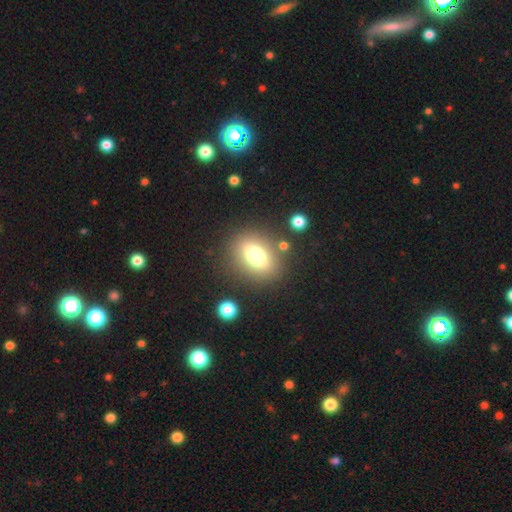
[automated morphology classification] Smooth or featured? Predicted: smooth (p=0.69). How rounded? Predicted: in between (p=0.67). Merging? Predicted: none (p=0.80).